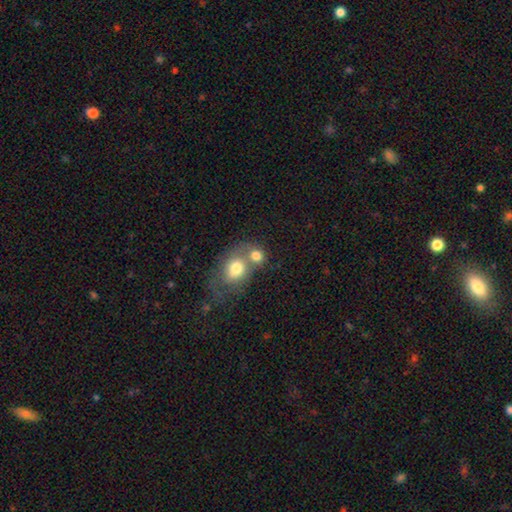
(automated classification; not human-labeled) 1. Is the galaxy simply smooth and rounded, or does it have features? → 76% smooth, 15% featured or disk, 9% star or artifact.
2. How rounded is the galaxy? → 61% round, 37% in between, 1% cigar-shaped.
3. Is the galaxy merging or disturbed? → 58% merger, 29% none, 8% minor disturbance, 5% major disturbance.